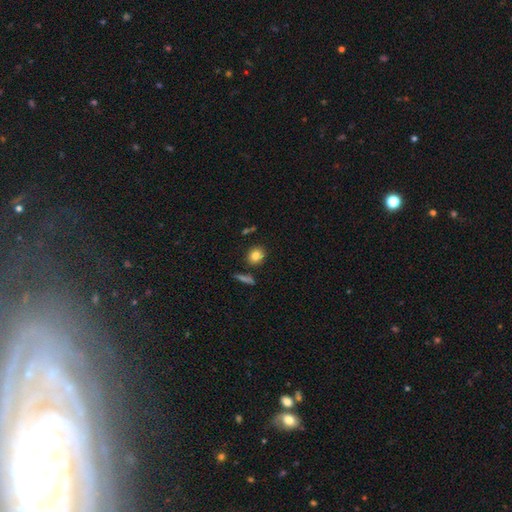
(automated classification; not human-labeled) Overall: smooth (83%). How rounded: round (75%). Merging: none (83%).